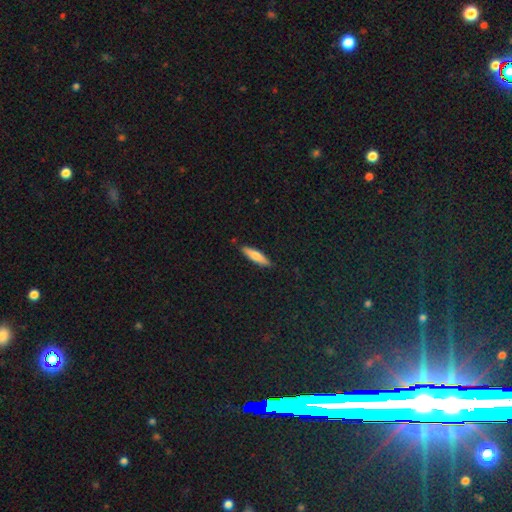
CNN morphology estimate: smooth-or-featured: smooth: 69% | featured or disk: 25% | star or artifact: 6%
  how-rounded: cigar-shaped: 77% | in between: 22% | round: 2%
  merging: none: 88% | minor disturbance: 9% | major disturbance: 2% | merger: 1%